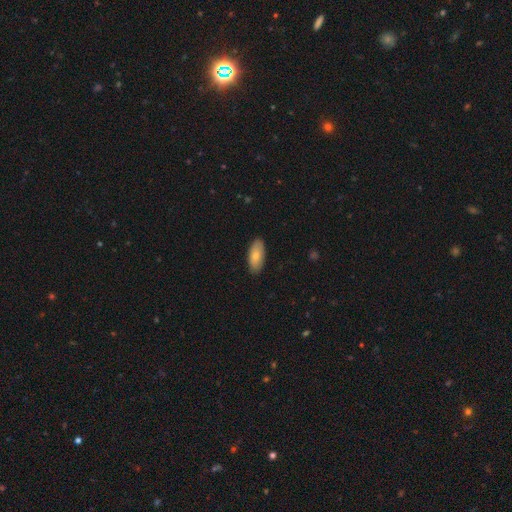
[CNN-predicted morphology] Smooth or featured? Predicted: smooth (p=0.78). How rounded? Predicted: in between (p=0.88). Merging? Predicted: none (p=0.88).